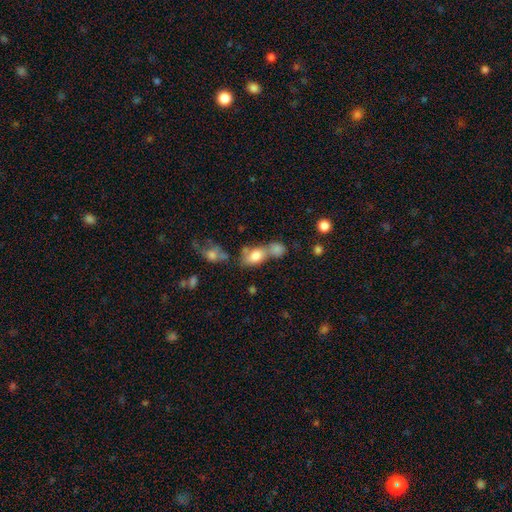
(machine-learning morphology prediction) smooth_or_featured: smooth (p=0.77) [alt: featured or disk p=0.14]
how_rounded: in between (p=0.80) [alt: round p=0.16]
merging: merger (p=0.55) [alt: none p=0.28]